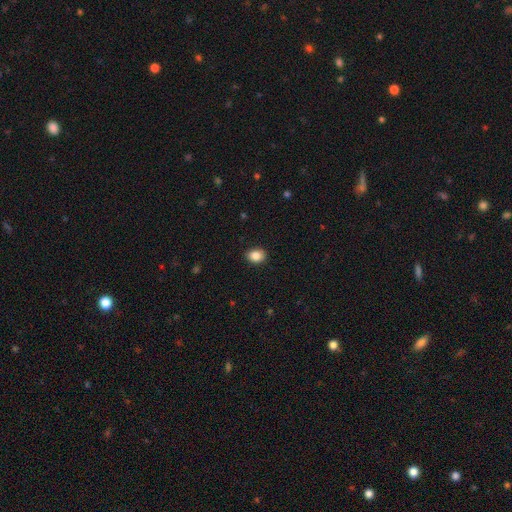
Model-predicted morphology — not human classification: Q: Smooth or featured?
A: smooth (86%); runner-up: star or artifact (9%)
Q: How rounded?
A: in between (65%); runner-up: round (34%)
Q: Merging?
A: none (89%); runner-up: minor disturbance (8%)